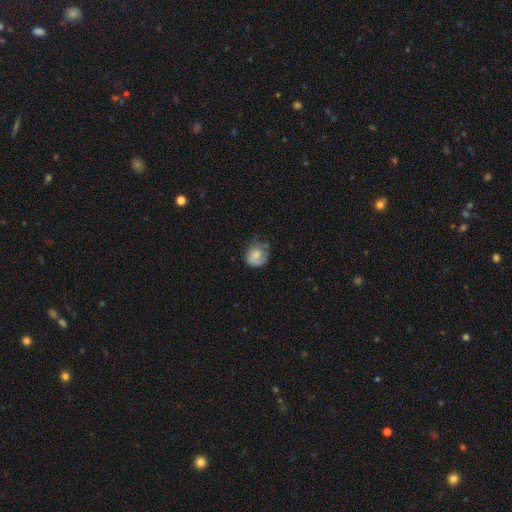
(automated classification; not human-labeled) Smooth or featured?
  - smooth: 67% *
  - featured or disk: 24%
  - star or artifact: 8%
How rounded?
  - round: 71% *
  - in between: 28%
  - cigar-shaped: 1%
Merging?
  - none: 47% *
  - minor disturbance: 33%
  - major disturbance: 18%
  - merger: 2%